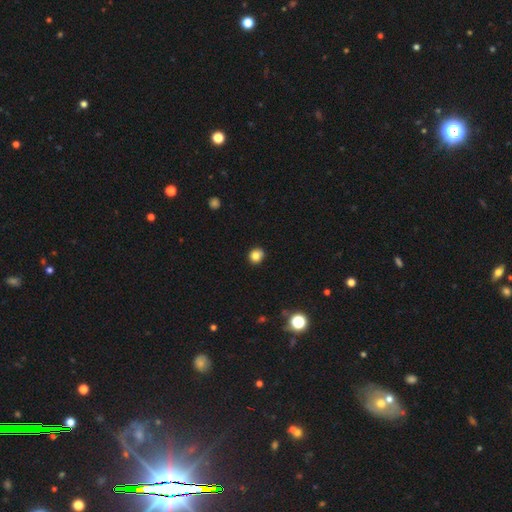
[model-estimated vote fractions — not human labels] Overall: smooth (83%). How rounded: round (86%). Merging: none (88%).